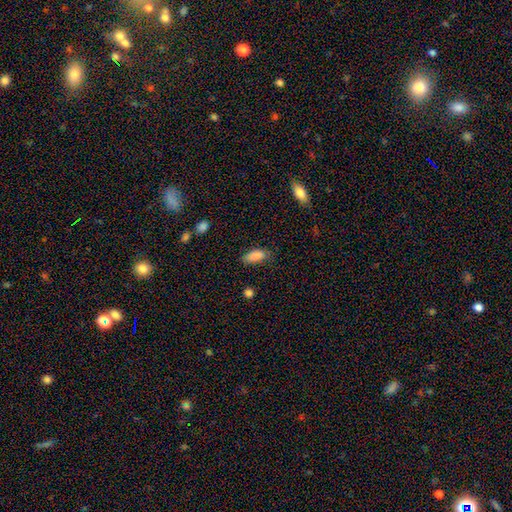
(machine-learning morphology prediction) This appears to be a smooth galaxy with no disk features (87%) that is in between round and cigar-shaped (85%). Merging: none (72%).